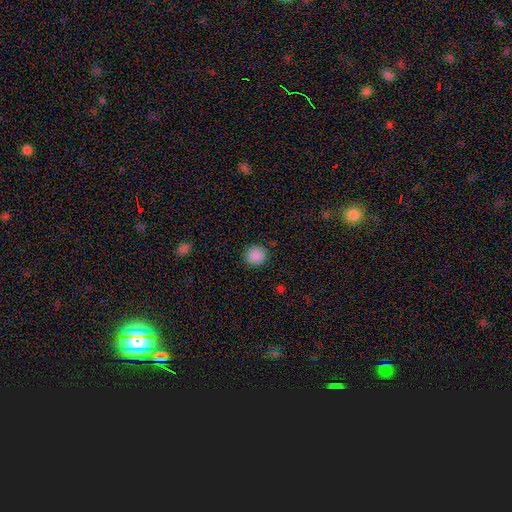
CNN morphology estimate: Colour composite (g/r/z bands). It shows a smooth galaxy with no disk features (88%) that is round (91%). Merging: none (89%).